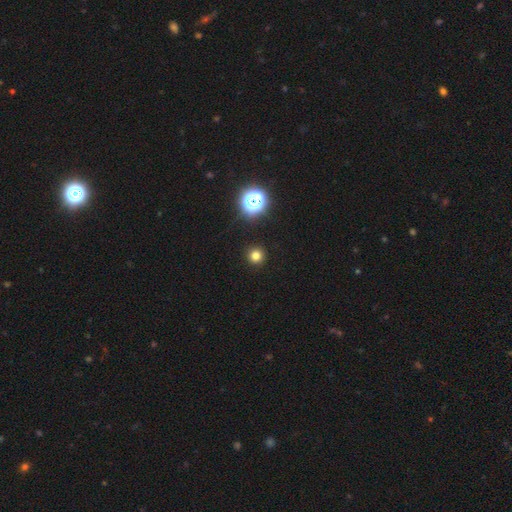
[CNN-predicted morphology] A smooth galaxy with no disk features (77%) that is round (96%).

Vote fractions:
- Smooth or featured? smooth: 77% / star or artifact: 18% / featured or disk: 5%
- How rounded? round: 96% / in between: 3% / cigar-shaped: 1%
- Merging? none: 93% / minor disturbance: 4% / major disturbance: 2% / merger: 1%